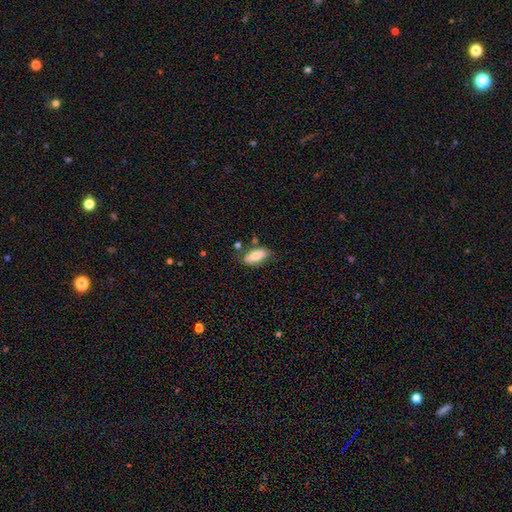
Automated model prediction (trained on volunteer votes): smooth_or_featured: smooth (p=0.74) [alt: featured or disk p=0.20]
how_rounded: in between (p=0.85) [alt: cigar-shaped p=0.12]
merging: none (p=0.70) [alt: minor disturbance p=0.19]